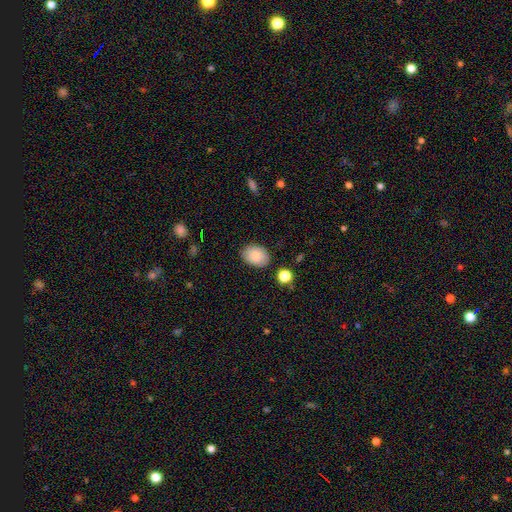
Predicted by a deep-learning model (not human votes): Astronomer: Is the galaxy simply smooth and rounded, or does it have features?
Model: smooth — 86%.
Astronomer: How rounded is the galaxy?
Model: in between — 77%.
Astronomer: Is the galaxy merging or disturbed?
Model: none — 85%.